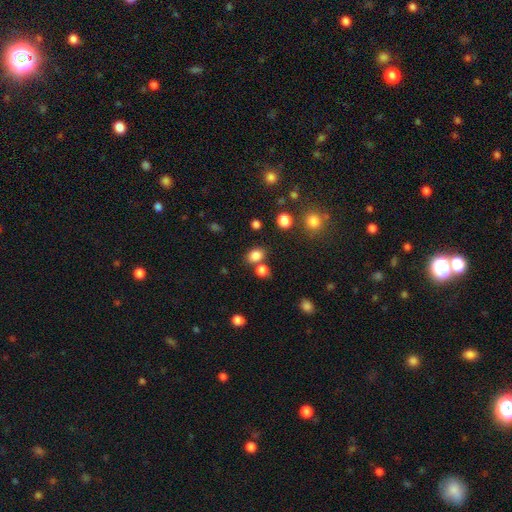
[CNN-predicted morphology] smooth 82%, star or artifact 13%, featured or disk 5%. Down the decision tree: how rounded — in between (53%); merging — none (70%).